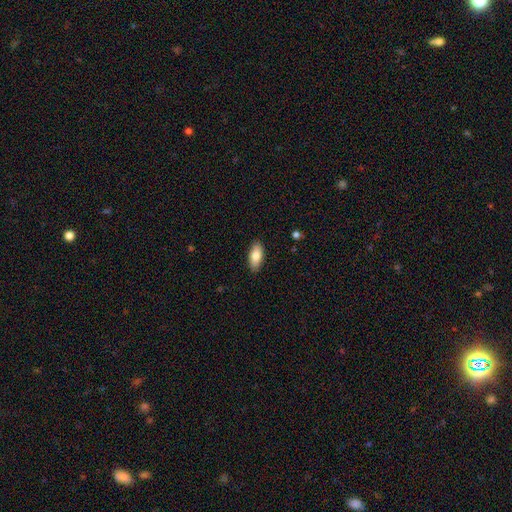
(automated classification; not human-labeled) smooth_or_featured: smooth (p=0.80) [alt: featured or disk p=0.14]
how_rounded: in between (p=0.87) [alt: cigar-shaped p=0.10]
merging: none (p=0.89) [alt: minor disturbance p=0.08]